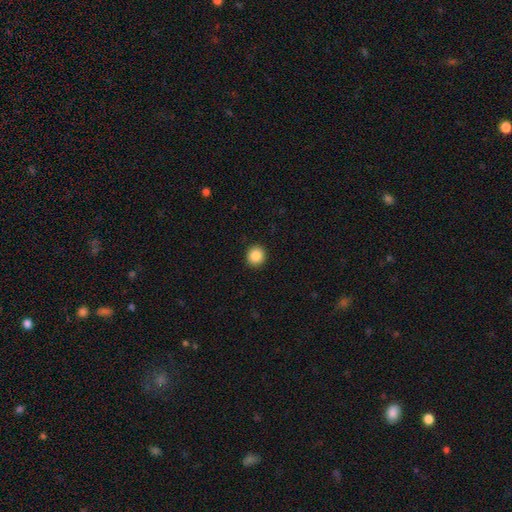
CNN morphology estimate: This appears to be a smooth galaxy with no disk features (87%) that is round (91%). Merging: none (93%).